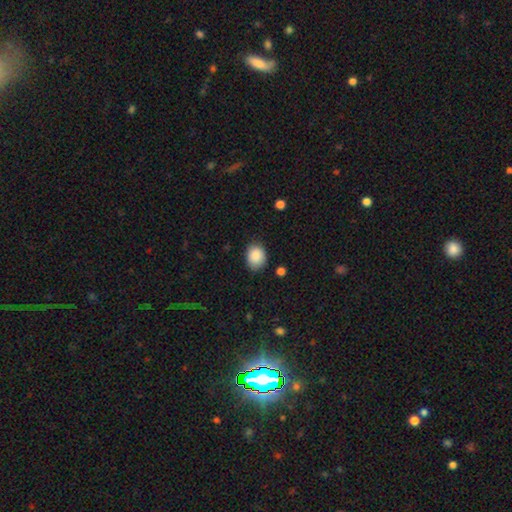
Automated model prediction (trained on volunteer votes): This is clearly a smooth galaxy (88%). How rounded: possibly round (51%). Merging: likely none (79%).